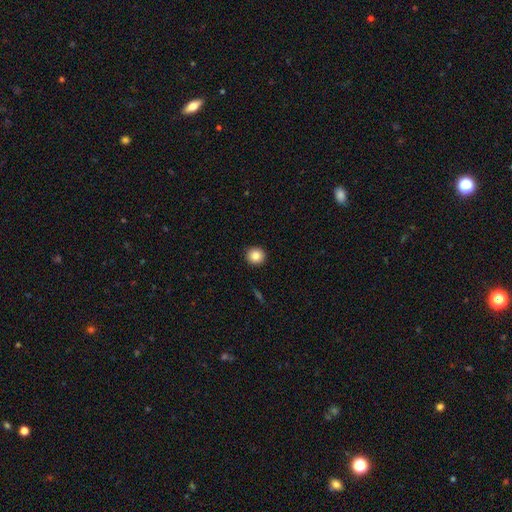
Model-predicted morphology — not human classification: Smooth or featured?
  - smooth: 84% *
  - star or artifact: 9%
  - featured or disk: 6%
How rounded?
  - round: 93% *
  - in between: 6%
  - cigar-shaped: 1%
Merging?
  - none: 92% *
  - minor disturbance: 5%
  - major disturbance: 2%
  - merger: 1%